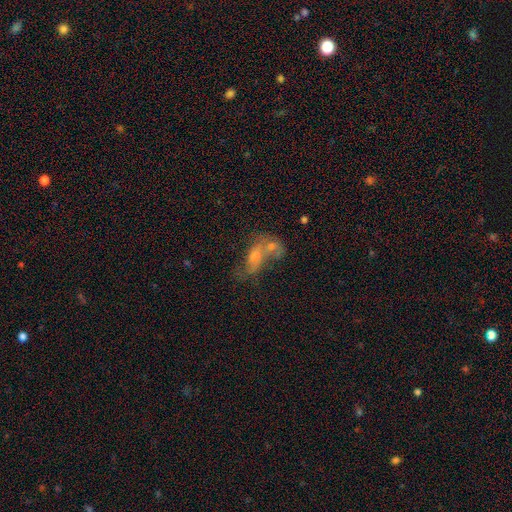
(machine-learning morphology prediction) type=featured or disk (43%); merging=merger (56%).